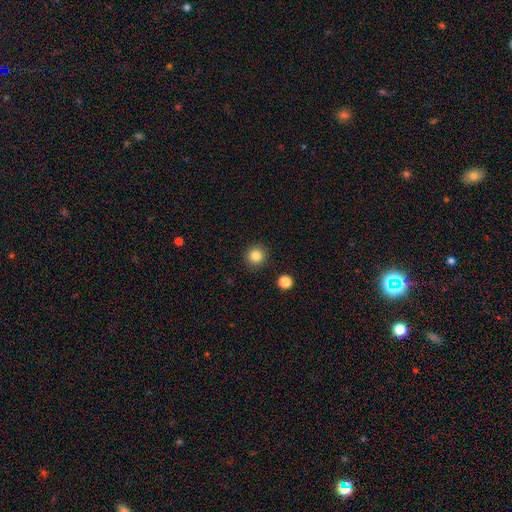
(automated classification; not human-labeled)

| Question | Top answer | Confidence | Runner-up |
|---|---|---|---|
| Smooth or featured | smooth | 84% | star or artifact (11%) |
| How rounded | round | 94% | in between (5%) |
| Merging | none | 91% | minor disturbance (6%) |